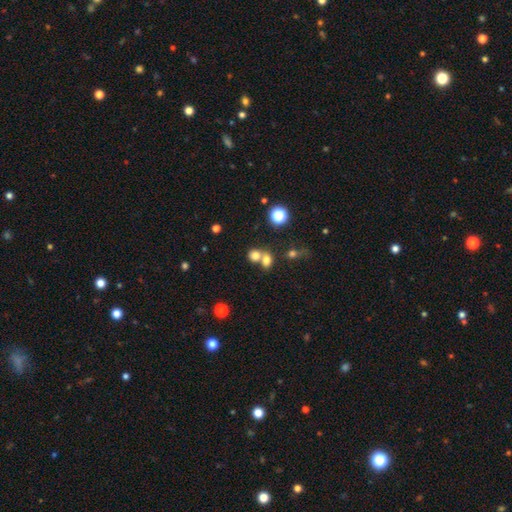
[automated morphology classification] Smooth or featured?
  - smooth: 75% *
  - star or artifact: 15%
  - featured or disk: 10%
How rounded?
  - round: 68% *
  - in between: 31%
  - cigar-shaped: 1%
Merging?
  - merger: 50% *
  - none: 39%
  - minor disturbance: 7%
  - major disturbance: 4%